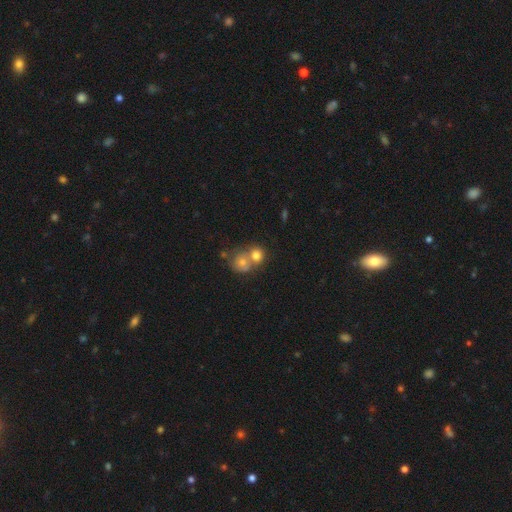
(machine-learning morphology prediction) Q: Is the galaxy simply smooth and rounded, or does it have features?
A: smooth — 73%.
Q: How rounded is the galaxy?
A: round — 79%.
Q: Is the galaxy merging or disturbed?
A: merger — 56%.